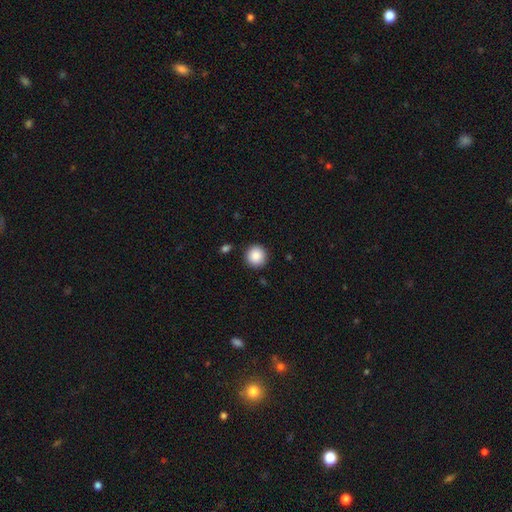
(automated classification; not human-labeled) A smooth galaxy with no disk features (88%) that is round (95%). Merging: none (90%).